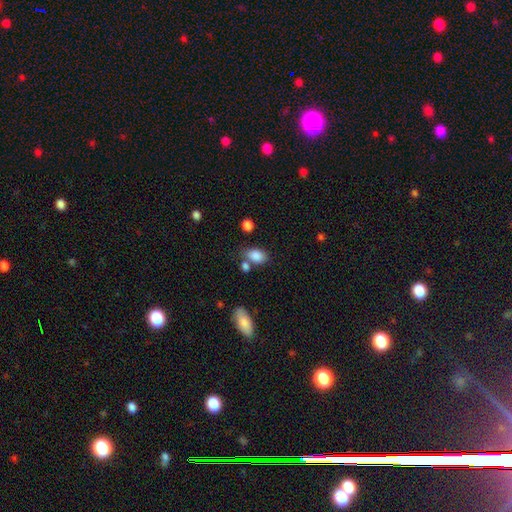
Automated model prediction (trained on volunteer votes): smooth-or-featured: smooth: 86% | star or artifact: 9% | featured or disk: 6%
  how-rounded: in between: 85% | round: 14% | cigar-shaped: 2%
  merging: none: 57% | merger: 19% | minor disturbance: 17% | major disturbance: 6%